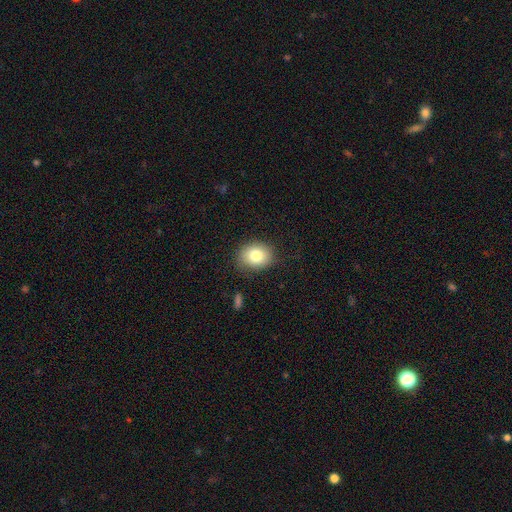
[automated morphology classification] This is clearly a smooth galaxy (81%). How rounded: possibly round (51%). Merging: clearly none (82%).